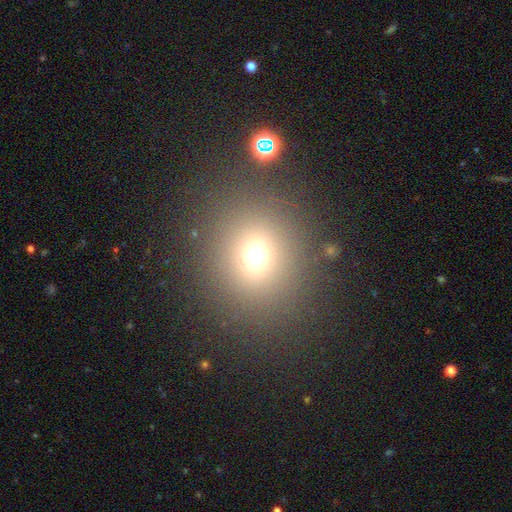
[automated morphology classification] This appears to be a smooth galaxy with no disk features (70%) that is round (84%). Merging: none (83%).